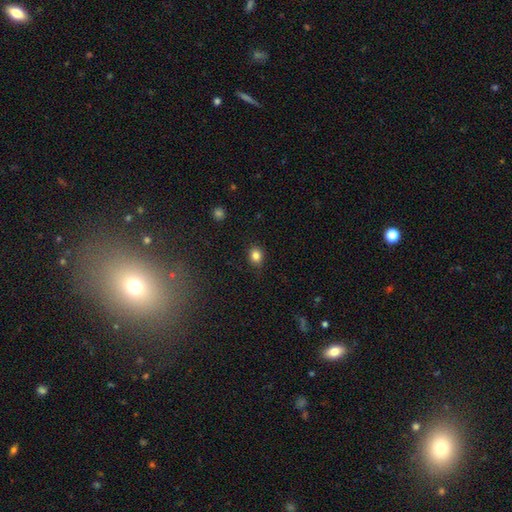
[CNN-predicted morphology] Smooth or featured: smooth — 83% (star or artifact — 11%)
How rounded: round — 62% (in between — 37%)
Merging: none — 84% (minor disturbance — 12%)